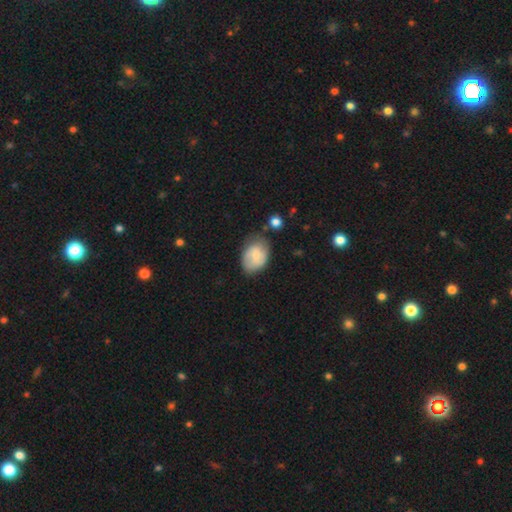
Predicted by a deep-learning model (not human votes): Overall: smooth (57%; featured or disk 36%). How rounded: in between (80%). Merging: none (62%; minor disturbance 27%).